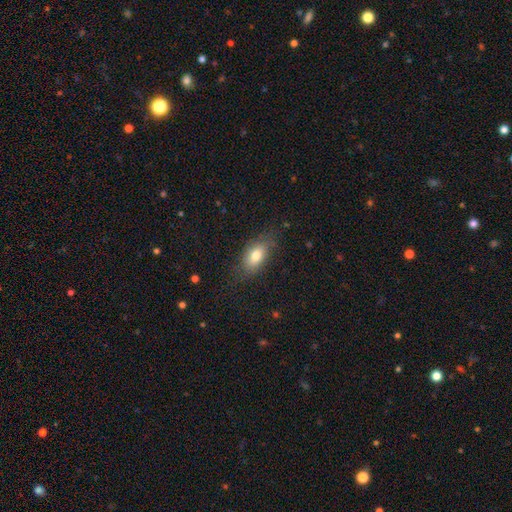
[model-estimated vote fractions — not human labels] Overall: smooth (77%). How rounded: in between (87%). Merging: none (75%).